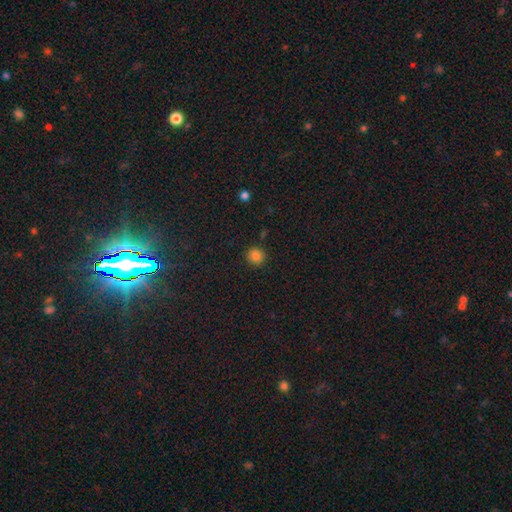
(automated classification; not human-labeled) Smooth or featured?
  - smooth: 83% *
  - star or artifact: 12%
  - featured or disk: 4%
How rounded?
  - round: 92% *
  - in between: 7%
  - cigar-shaped: 1%
Merging?
  - none: 89% *
  - minor disturbance: 7%
  - major disturbance: 2%
  - merger: 2%